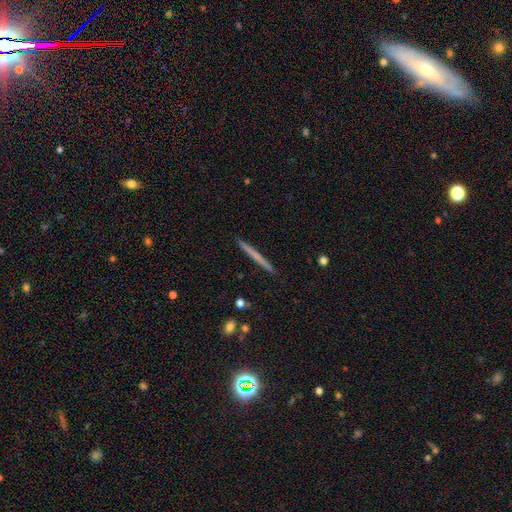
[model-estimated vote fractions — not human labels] A smooth galaxy with no disk features (54%) that is cigar-shaped (97%). Merging: none (93%).